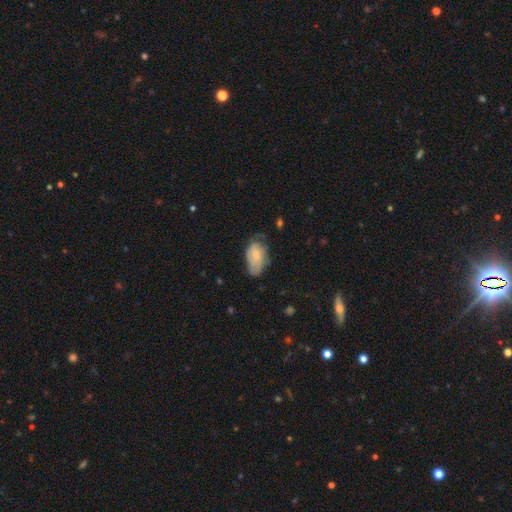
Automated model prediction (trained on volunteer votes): Smooth or featured? Predicted: smooth (p=0.61). How rounded? Predicted: in between (p=0.92). Merging? Predicted: none (p=0.42).